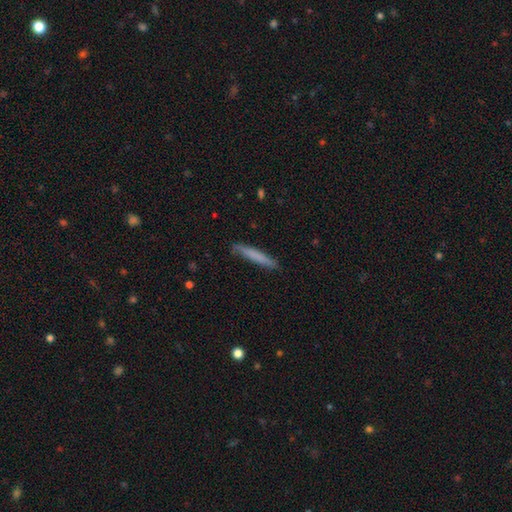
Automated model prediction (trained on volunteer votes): smooth_or_featured: smooth (p=0.71) [alt: featured or disk p=0.23]
how_rounded: cigar-shaped (p=0.95) [alt: in between p=0.04]
merging: none (p=0.85) [alt: minor disturbance p=0.12]